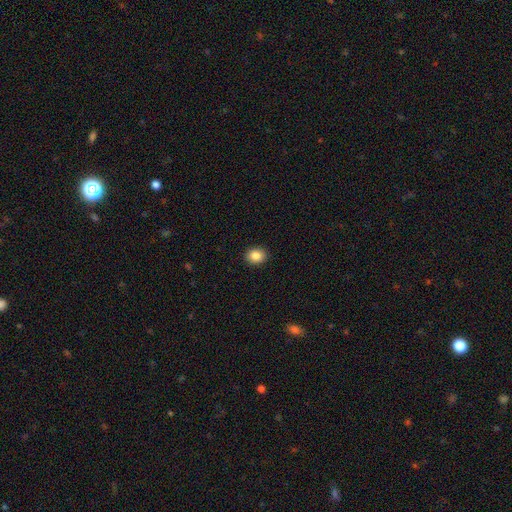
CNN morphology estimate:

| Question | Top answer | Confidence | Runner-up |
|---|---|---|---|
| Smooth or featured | smooth | 86% | star or artifact (9%) |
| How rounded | round | 58% | in between (41%) |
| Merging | none | 92% | minor disturbance (6%) |